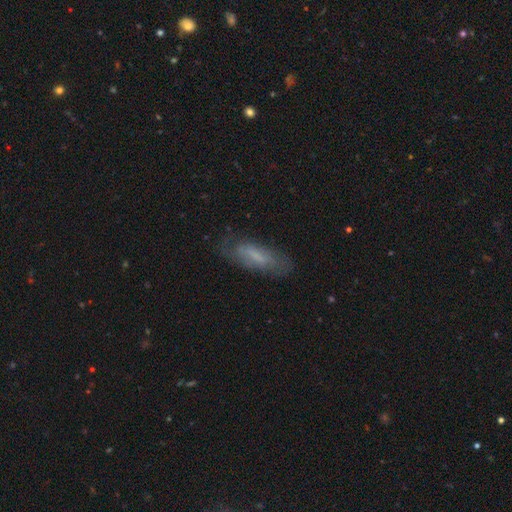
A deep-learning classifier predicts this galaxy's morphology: Smooth or featured: smooth — 52% (featured or disk — 39%)
How rounded: in between — 50% (cigar-shaped — 48%)
Merging: none — 68% (minor disturbance — 21%)